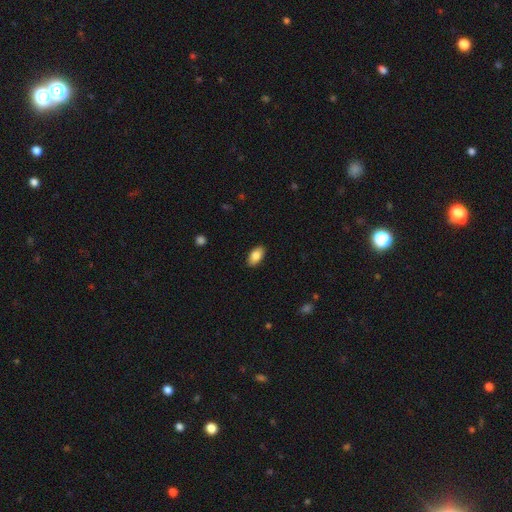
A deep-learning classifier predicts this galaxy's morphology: A smooth galaxy with no disk features (85%) that is in between round and cigar-shaped (94%).

Vote fractions:
- Smooth or featured? smooth: 85% / featured or disk: 8% / star or artifact: 7%
- How rounded? in between: 94% / round: 3% / cigar-shaped: 3%
- Merging? none: 89% / minor disturbance: 8% / major disturbance: 2% / merger: 1%